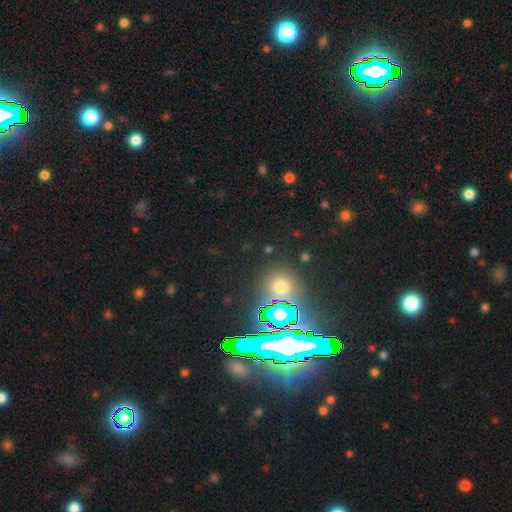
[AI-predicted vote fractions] A star or artifact, not a galaxy (74%).